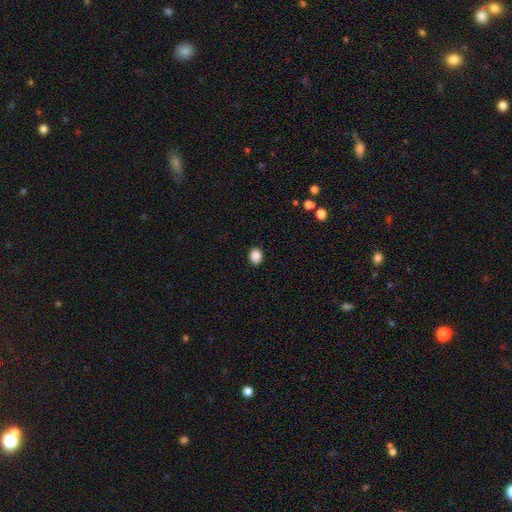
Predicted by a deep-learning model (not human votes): Morphology: type=smooth (89%); roundness=in between (58%); merging=none (90%).